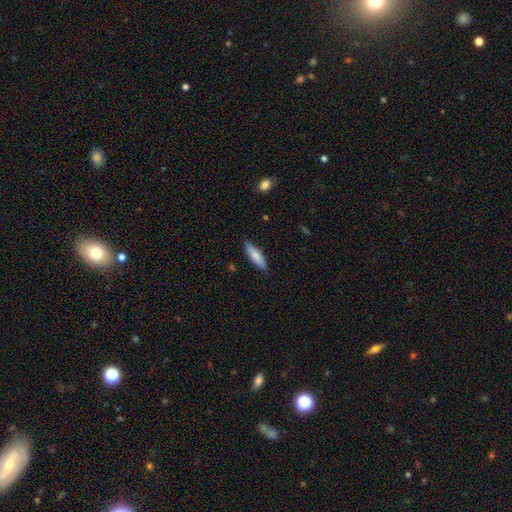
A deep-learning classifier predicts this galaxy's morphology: Overall: smooth (78%). How rounded: cigar-shaped (62%; in between 37%). Merging: none (86%).